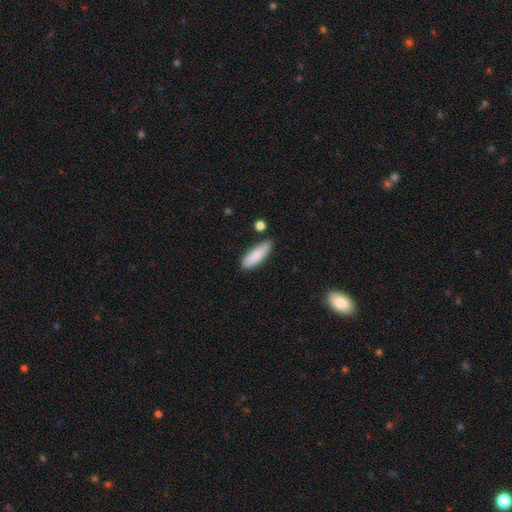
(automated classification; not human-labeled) This appears to be a smooth galaxy with no disk features (86%) that is cigar-shaped (51%). Merging: none (75%).